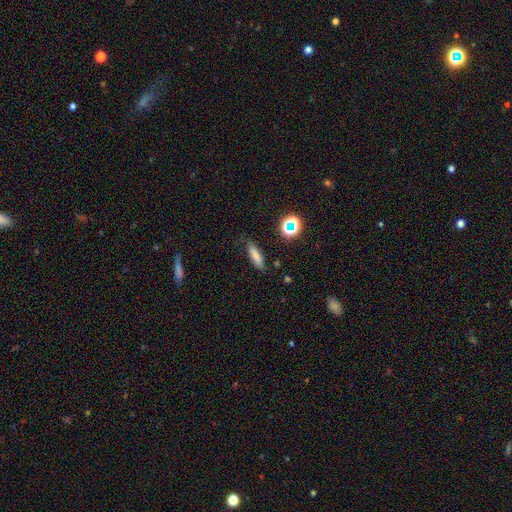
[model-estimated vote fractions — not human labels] The model was most divided on "how rounded": cigar-shaped: 58%, in between: 38%, round: 4%. More confident: merging — none (77%); smooth or featured — smooth (73%).